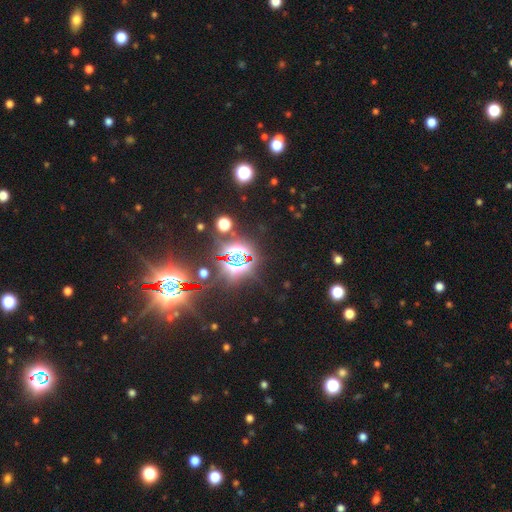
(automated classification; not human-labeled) Overall: star or artifact (83%).